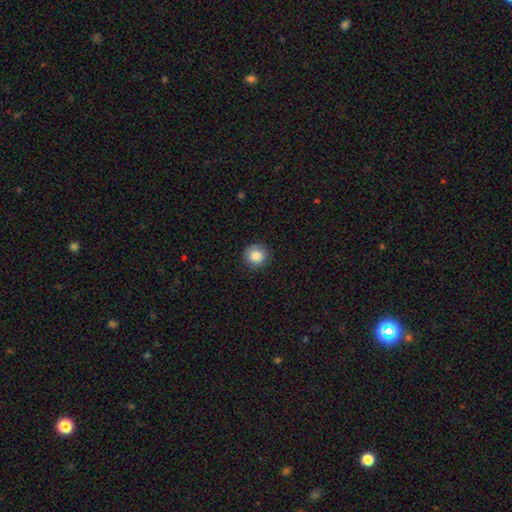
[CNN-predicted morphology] smooth 86%, star or artifact 9%, featured or disk 5%. Down the decision tree: how rounded — round (94%); merging — none (90%).